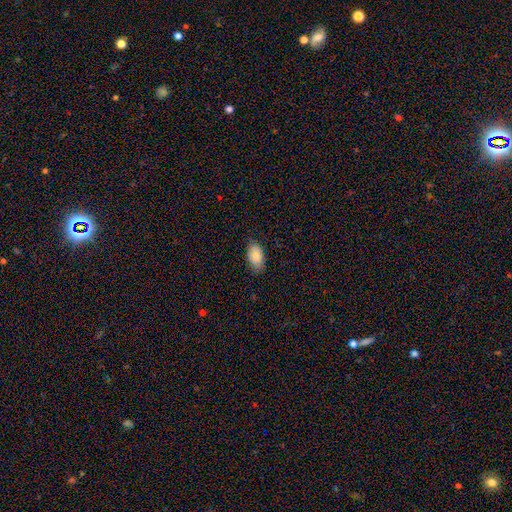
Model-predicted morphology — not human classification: smooth_or_featured: smooth (p=0.85) [alt: featured or disk p=0.08]
how_rounded: in between (p=0.94) [alt: round p=0.05]
merging: none (p=0.81) [alt: minor disturbance p=0.16]